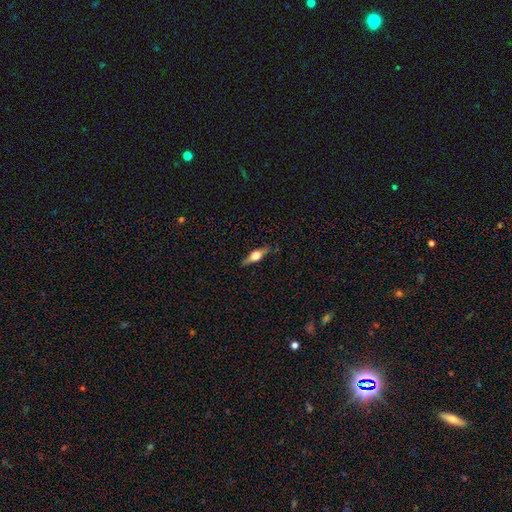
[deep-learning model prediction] Smooth or featured? Predicted: featured or disk (p=0.61). Edge-on disk? Predicted: yes (p=0.95). Edge-on bulge? Predicted: rounded (p=0.94). Merging? Predicted: none (p=0.84).